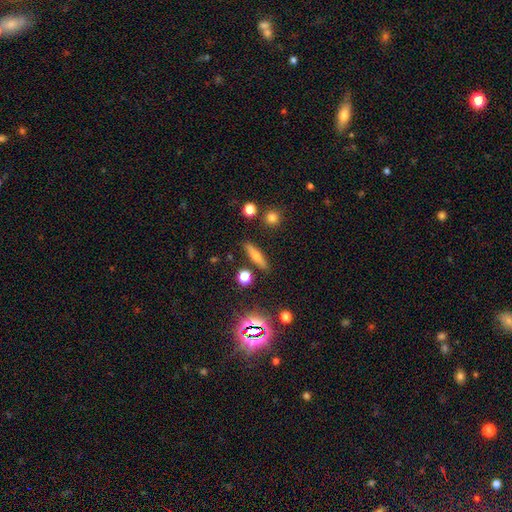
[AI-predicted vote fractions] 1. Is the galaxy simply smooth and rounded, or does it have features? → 52% smooth, 35% featured or disk, 13% star or artifact.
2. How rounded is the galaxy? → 71% cigar-shaped, 23% in between, 6% round.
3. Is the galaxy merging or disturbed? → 86% none, 8% minor disturbance, 3% merger, 2% major disturbance.